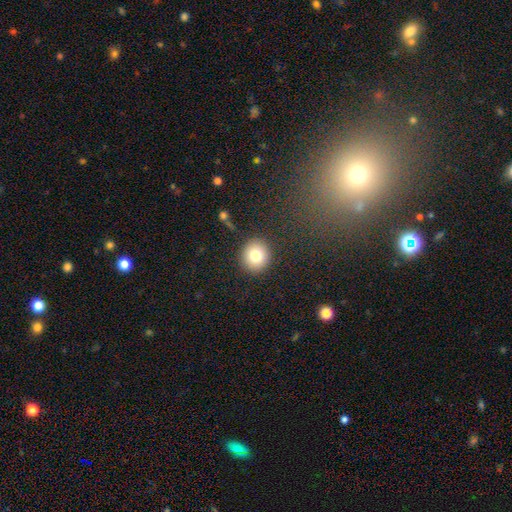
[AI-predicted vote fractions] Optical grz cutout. It shows a smooth galaxy with no disk features (79%) that is round (87%). Merging: none (90%).